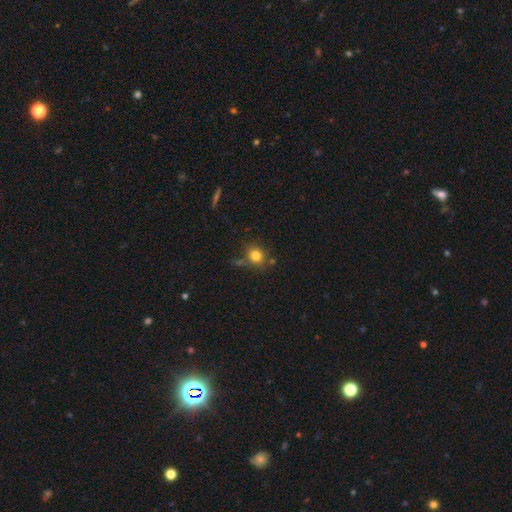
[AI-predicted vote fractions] This appears to be a smooth galaxy with no disk features (81%) that is round (81%). Merging: none (72%).